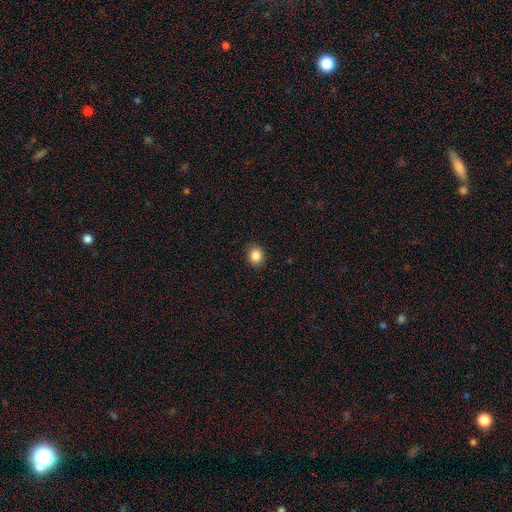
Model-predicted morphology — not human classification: Smooth or featured? Predicted: smooth (p=0.86). How rounded? Predicted: round (p=0.64). Merging? Predicted: none (p=0.89).